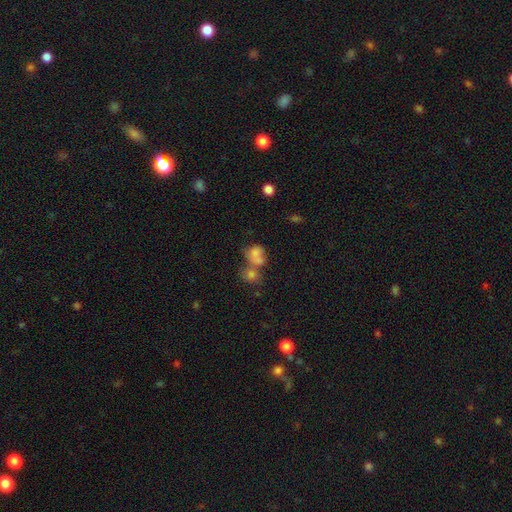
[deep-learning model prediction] smooth_or_featured: smooth (p=0.73) [alt: featured or disk p=0.15]
how_rounded: round (p=0.51) [alt: in between p=0.48]
merging: merger (p=0.54) [alt: none p=0.25]